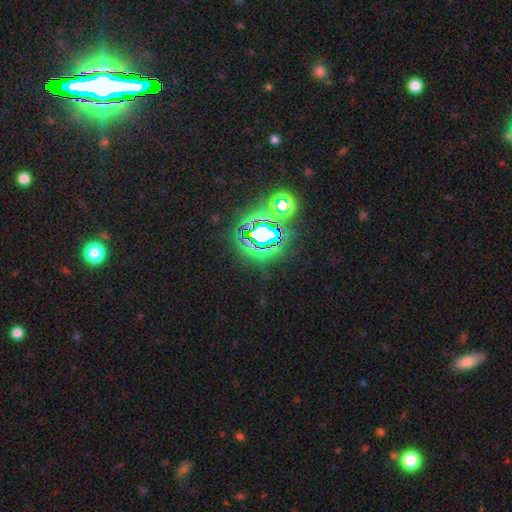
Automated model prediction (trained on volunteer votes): Morphology: type=star or artifact (81%).